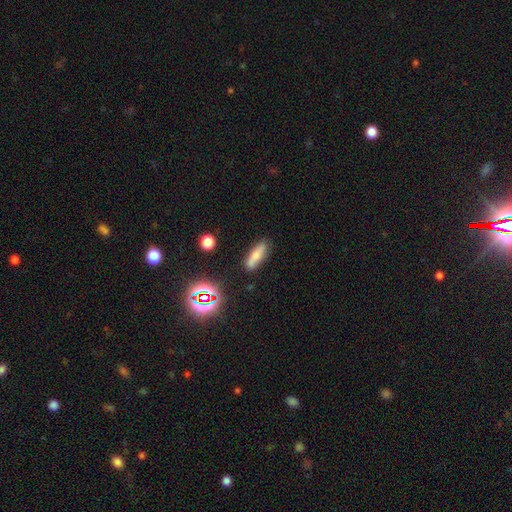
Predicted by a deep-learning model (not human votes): Morphology: type=smooth (69%); roundness=cigar-shaped (53%); merging=none (81%).